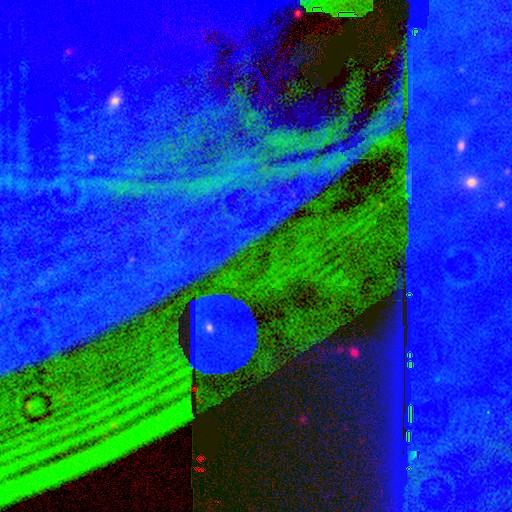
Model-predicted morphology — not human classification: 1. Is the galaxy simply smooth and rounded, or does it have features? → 82% star or artifact, 10% featured or disk, 8% smooth.